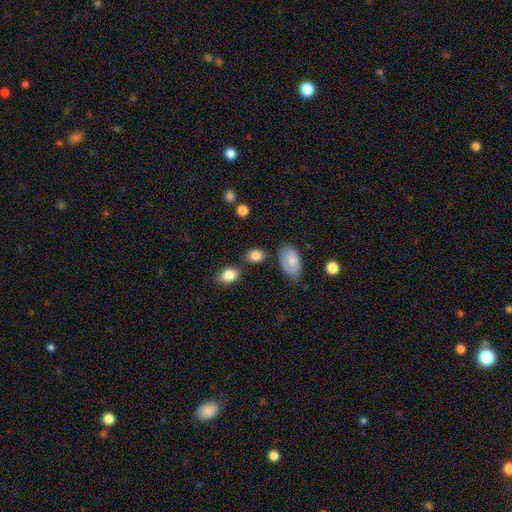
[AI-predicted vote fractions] A smooth galaxy with no disk features (84%) that is in between round and cigar-shaped (70%). Merging: none (71%).